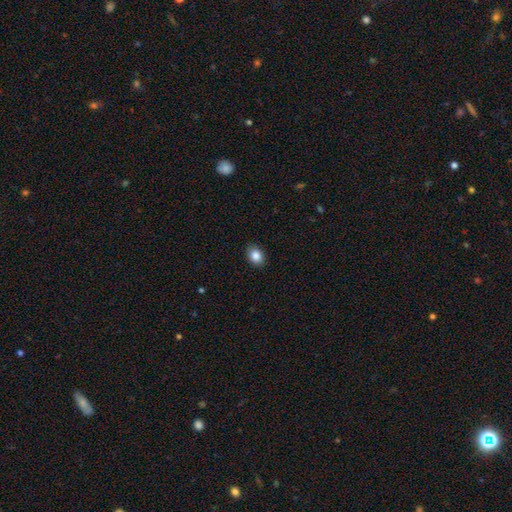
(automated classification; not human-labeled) Smooth or featured? smooth (85%)
How rounded? in between (64%)
Merging? none (89%)